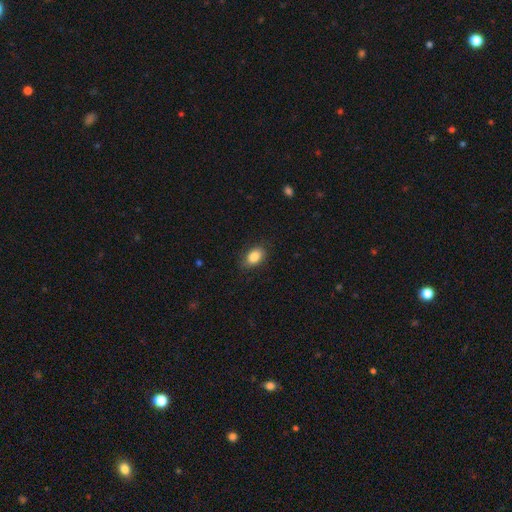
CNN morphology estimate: The model was most divided on "how rounded": in between: 84%, round: 15%, cigar-shaped: 1%. More confident: smooth or featured — smooth (86%); merging — none (83%).